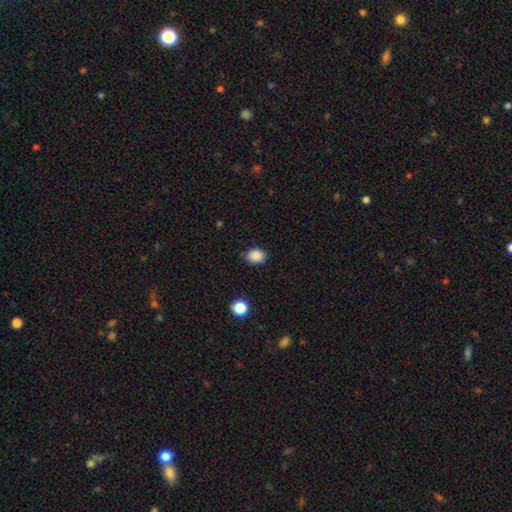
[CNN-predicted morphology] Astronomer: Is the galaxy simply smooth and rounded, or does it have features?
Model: smooth — 87%.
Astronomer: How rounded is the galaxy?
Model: in between — 50% (runner-up: round, 49%).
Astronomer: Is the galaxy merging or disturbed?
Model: none — 85%.